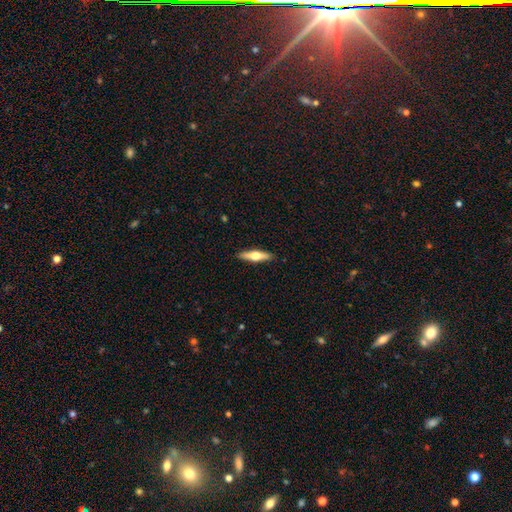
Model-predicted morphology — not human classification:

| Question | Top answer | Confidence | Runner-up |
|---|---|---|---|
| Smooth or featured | featured or disk | 50% | smooth (45%) |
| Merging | none | 91% | minor disturbance (7%) |